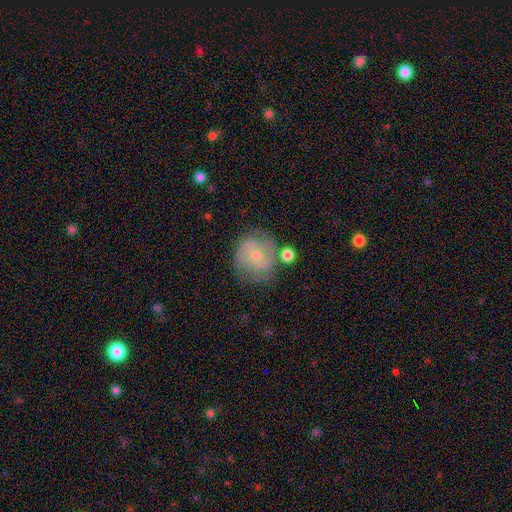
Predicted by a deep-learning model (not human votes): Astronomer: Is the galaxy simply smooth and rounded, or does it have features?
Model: featured or disk — 62%.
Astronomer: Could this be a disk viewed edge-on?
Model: no — 97%.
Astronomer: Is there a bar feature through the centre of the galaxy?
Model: no — 66%.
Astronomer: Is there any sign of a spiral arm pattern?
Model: yes — 83%.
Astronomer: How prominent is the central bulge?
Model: small — 70%.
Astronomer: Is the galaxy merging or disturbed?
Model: none — 63%.